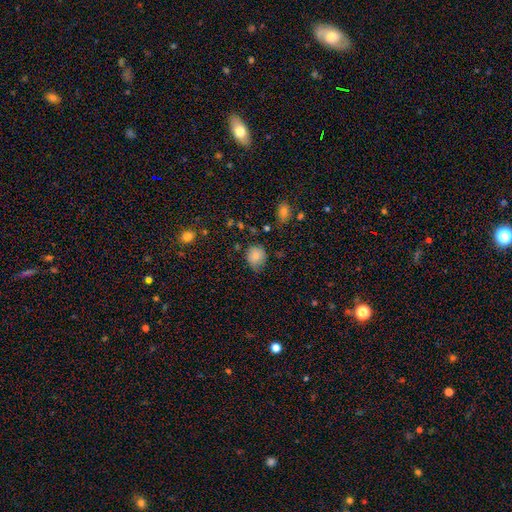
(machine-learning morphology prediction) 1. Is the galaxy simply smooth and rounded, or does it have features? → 82% smooth, 10% star or artifact, 8% featured or disk.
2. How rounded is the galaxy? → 73% round, 26% in between, 1% cigar-shaped.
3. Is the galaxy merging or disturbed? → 61% none, 31% minor disturbance, 6% major disturbance, 2% merger.